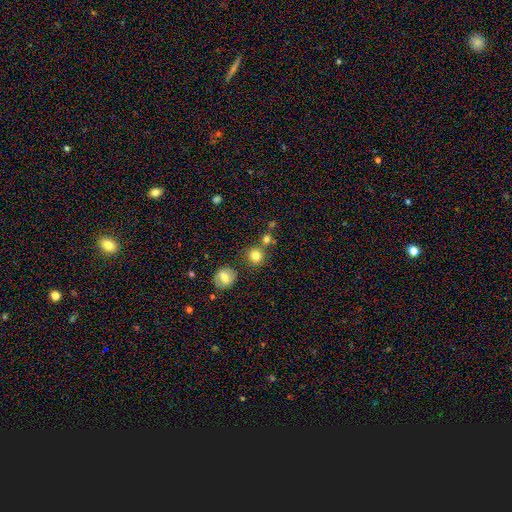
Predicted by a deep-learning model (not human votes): The model was most divided on "merging": none: 71%, merger: 17%, minor disturbance: 9%, major disturbance: 3%. More confident: how rounded — round (89%); smooth or featured — smooth (80%).